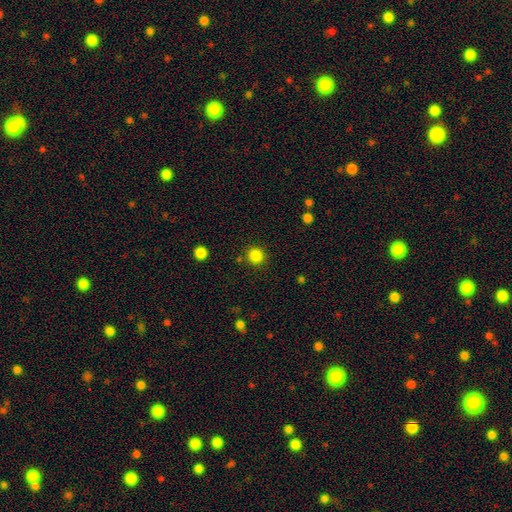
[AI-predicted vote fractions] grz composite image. It shows a smooth galaxy with no disk features (85%) that is round (92%). Merging: none (88%).